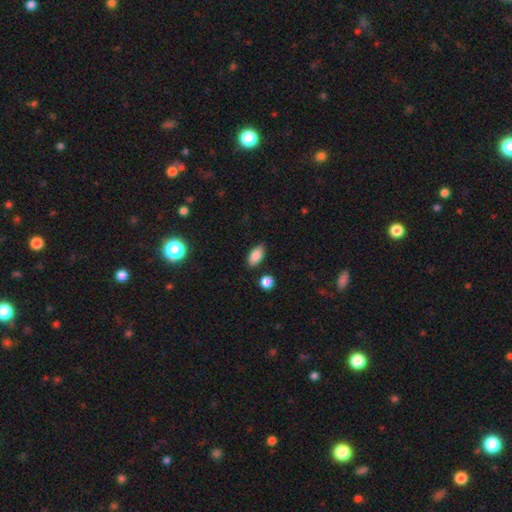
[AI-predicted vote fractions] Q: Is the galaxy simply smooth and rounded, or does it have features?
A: smooth — 85%.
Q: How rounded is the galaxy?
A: in between — 91%.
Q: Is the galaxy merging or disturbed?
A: none — 83%.